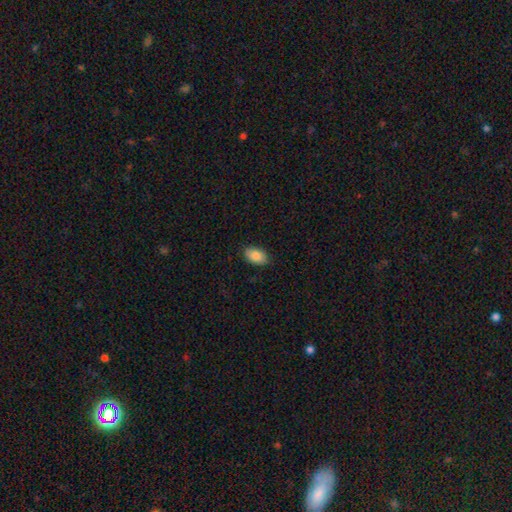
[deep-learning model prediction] smooth_or_featured: smooth (p=0.86) [alt: star or artifact p=0.07]
how_rounded: in between (p=0.91) [alt: round p=0.08]
merging: none (p=0.86) [alt: minor disturbance p=0.11]